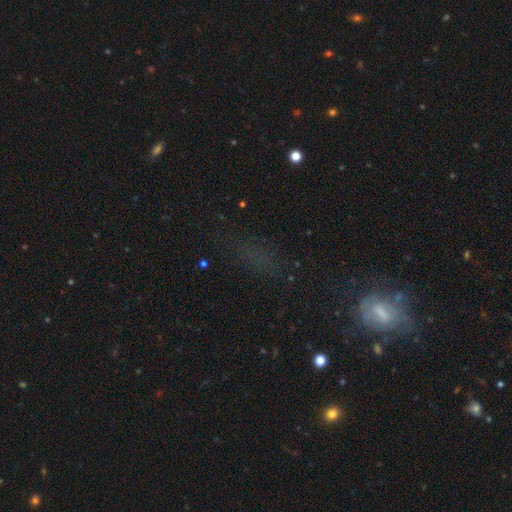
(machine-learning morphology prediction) Overall: star or artifact (48%; smooth 34%).